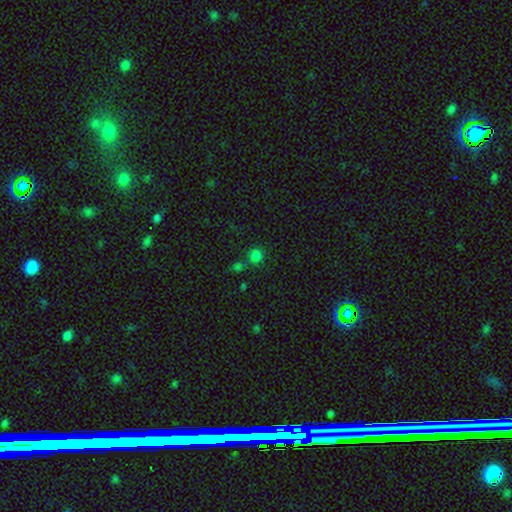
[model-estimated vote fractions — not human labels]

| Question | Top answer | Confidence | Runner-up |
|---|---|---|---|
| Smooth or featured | smooth | 75% | star or artifact (20%) |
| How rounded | round | 89% | in between (10%) |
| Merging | none | 69% | merger (17%) |